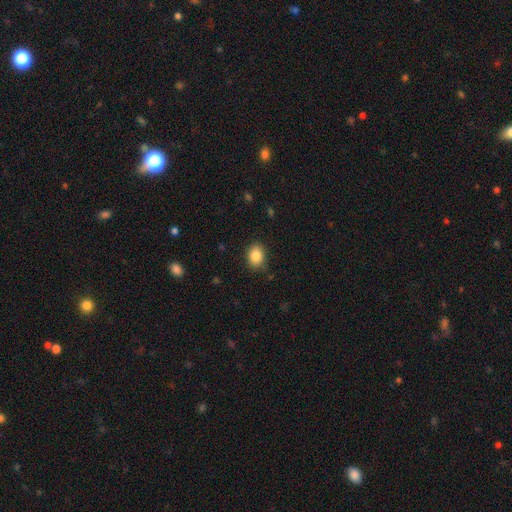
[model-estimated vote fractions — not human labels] This appears to be a smooth galaxy with no disk features (86%) that is in between round and cigar-shaped (63%). Merging: none (86%).